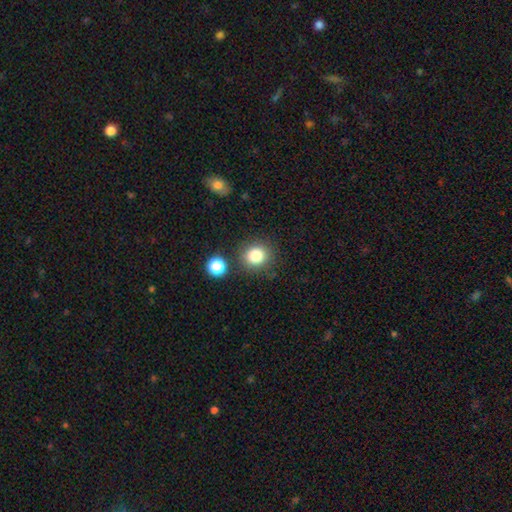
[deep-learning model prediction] A smooth galaxy with no disk features (82%) that is round (86%). Merging: none (83%).